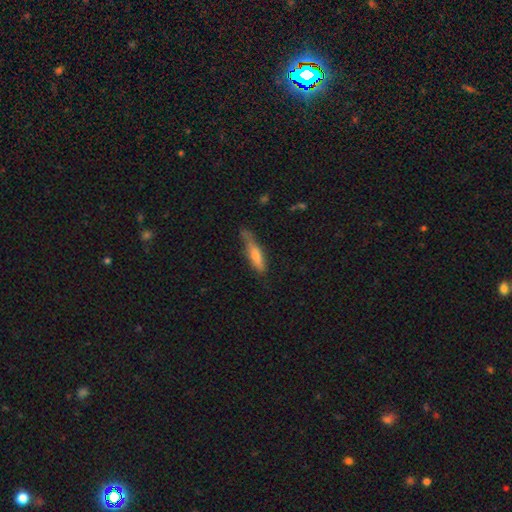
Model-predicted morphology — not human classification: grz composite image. It shows a smooth galaxy with no disk features (62%) that is cigar-shaped (76%). Merging: none (58%).